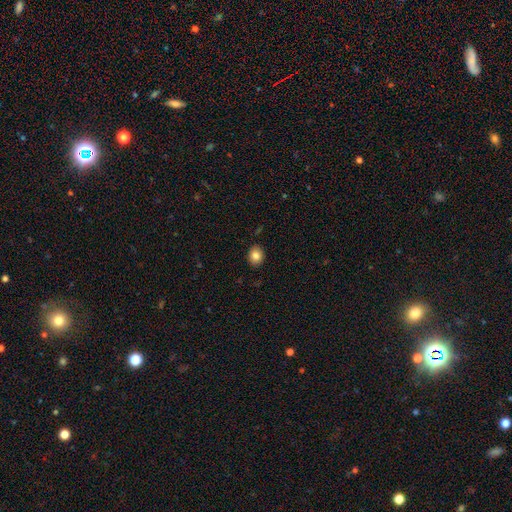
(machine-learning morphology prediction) The model was most divided on "how rounded": round: 63%, in between: 36%, cigar-shaped: 1%. More confident: merging — none (90%); smooth or featured — smooth (83%).